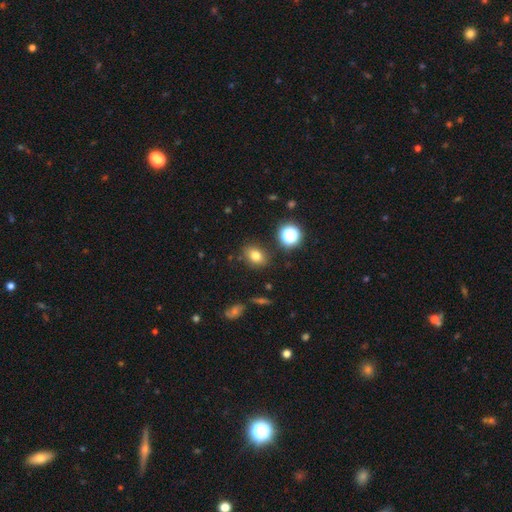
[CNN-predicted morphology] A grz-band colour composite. It shows a smooth galaxy with no disk features (76%) that is in between round and cigar-shaped (65%). Merging: none (83%).